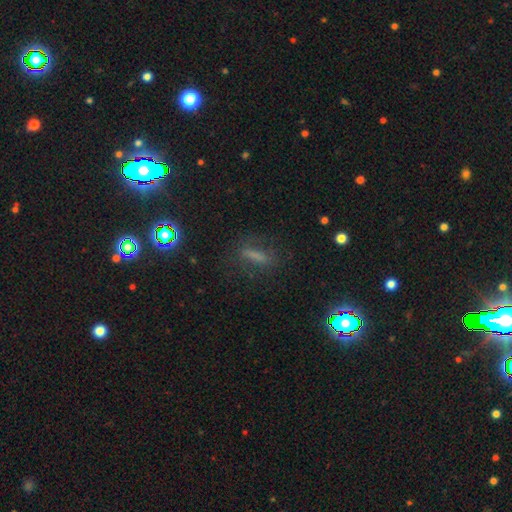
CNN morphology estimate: smooth 52%, star or artifact 25%, featured or disk 23%. Down the decision tree: how rounded — cigar-shaped (66%); merging — none (75%).